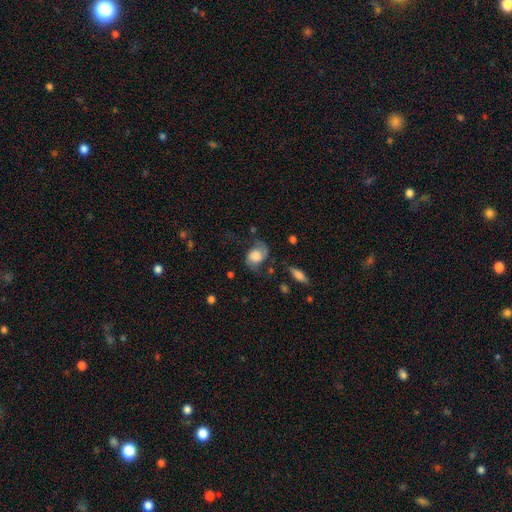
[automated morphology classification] Smooth or featured?
  - featured or disk: 49% *
  - smooth: 42%
  - star or artifact: 9%
Merging?
  - none: 51% *
  - minor disturbance: 26%
  - major disturbance: 20%
  - merger: 3%